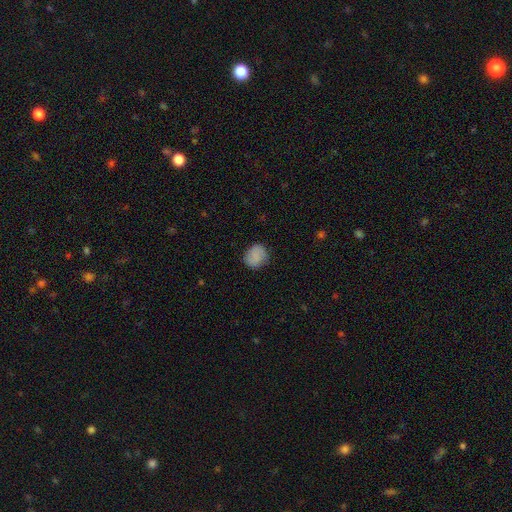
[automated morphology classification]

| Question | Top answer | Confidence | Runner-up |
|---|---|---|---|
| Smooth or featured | smooth | 84% | star or artifact (8%) |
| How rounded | round | 67% | in between (32%) |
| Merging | none | 80% | minor disturbance (16%) |